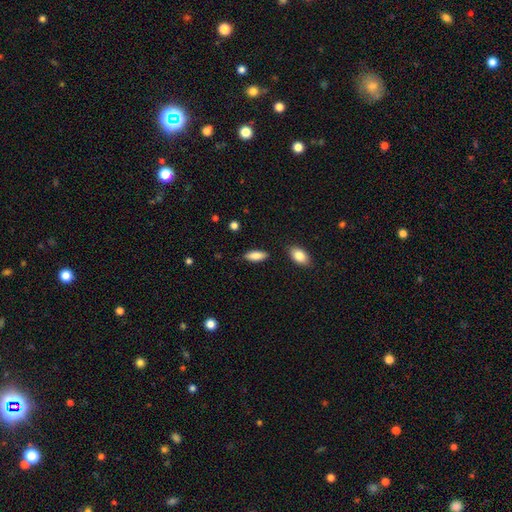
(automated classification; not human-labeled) Smooth or featured? smooth (85%)
How rounded? in between (76%)
Merging? none (84%)